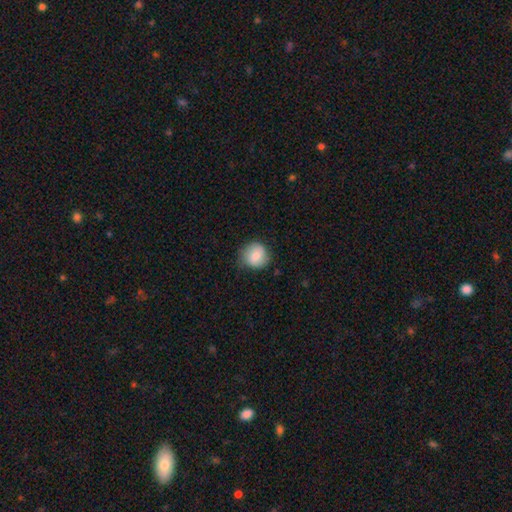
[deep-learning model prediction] smooth 79%, featured or disk 14%, star or artifact 7%. Down the decision tree: how rounded — round (86%); merging — none (73%).